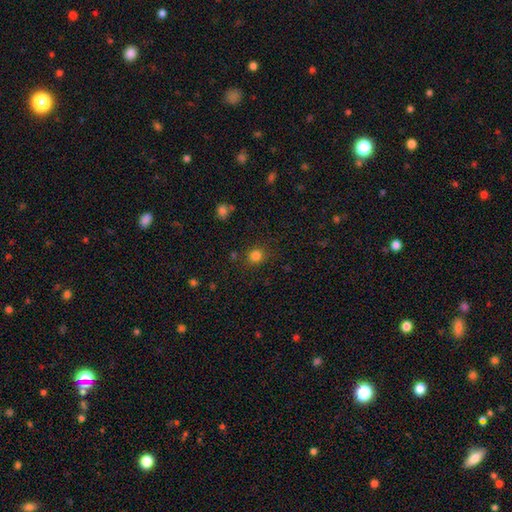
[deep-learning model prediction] This appears to be a smooth galaxy with no disk features (82%) that is round (84%). Merging: none (85%).